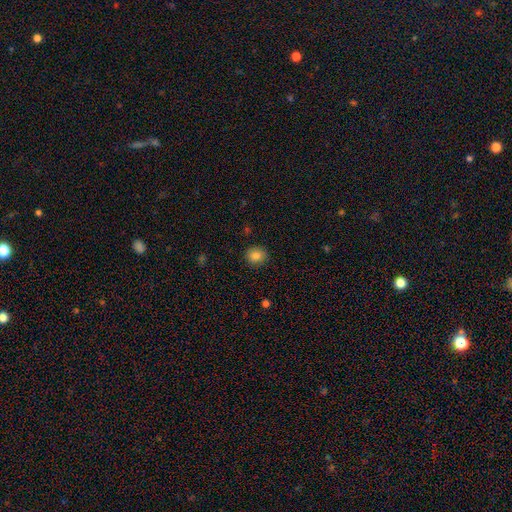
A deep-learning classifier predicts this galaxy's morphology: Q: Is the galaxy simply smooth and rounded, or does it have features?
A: smooth — 84%.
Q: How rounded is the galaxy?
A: round — 81%.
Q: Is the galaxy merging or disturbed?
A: none — 89%.